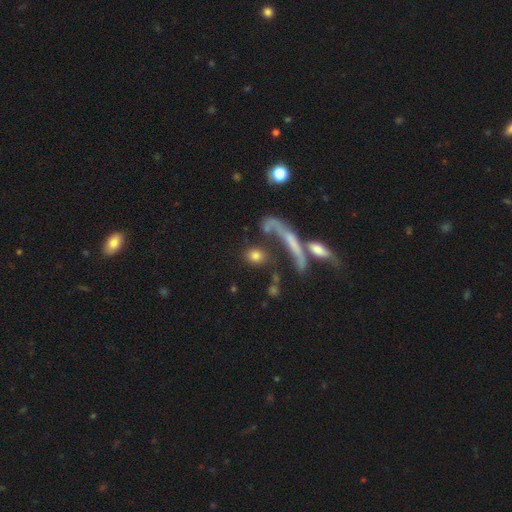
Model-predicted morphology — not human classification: smooth-or-featured: smooth: 76% | featured or disk: 14% | star or artifact: 10%
  how-rounded: round: 51% | in between: 36% | cigar-shaped: 13%
  merging: none: 58% | merger: 19% | major disturbance: 11% | minor disturbance: 11%